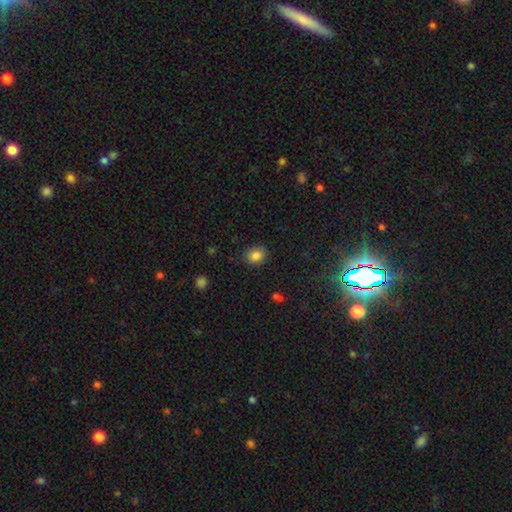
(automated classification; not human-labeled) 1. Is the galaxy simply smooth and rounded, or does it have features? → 84% smooth, 10% star or artifact, 5% featured or disk.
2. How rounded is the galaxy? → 59% round, 41% in between, 1% cigar-shaped.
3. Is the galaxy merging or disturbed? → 86% none, 10% minor disturbance, 2% major disturbance, 1% merger.